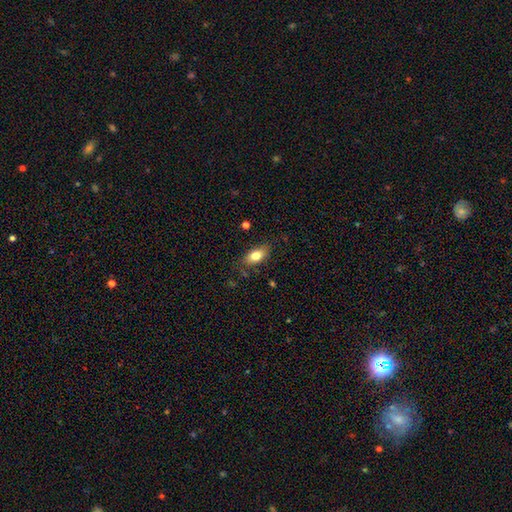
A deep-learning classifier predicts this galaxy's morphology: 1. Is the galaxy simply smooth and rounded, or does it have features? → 79% smooth, 13% featured or disk, 8% star or artifact.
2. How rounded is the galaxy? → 88% in between, 7% round, 5% cigar-shaped.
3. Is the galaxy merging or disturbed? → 78% none, 16% minor disturbance, 4% major disturbance, 2% merger.